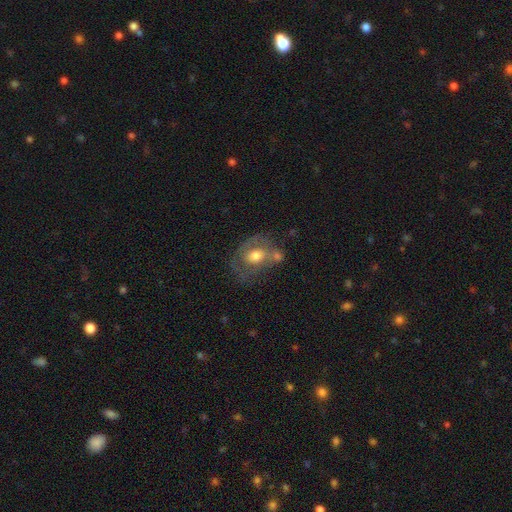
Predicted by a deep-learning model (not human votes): Smooth or featured: featured or disk — 48% (smooth — 45%)
Merging: none — 36% (merger — 23%)